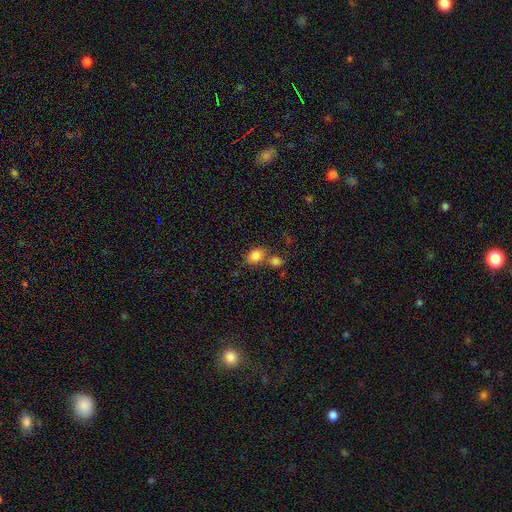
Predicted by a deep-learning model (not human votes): A smooth galaxy with no disk features (83%) that is in between round and cigar-shaped (56%). Merging: none (48%).